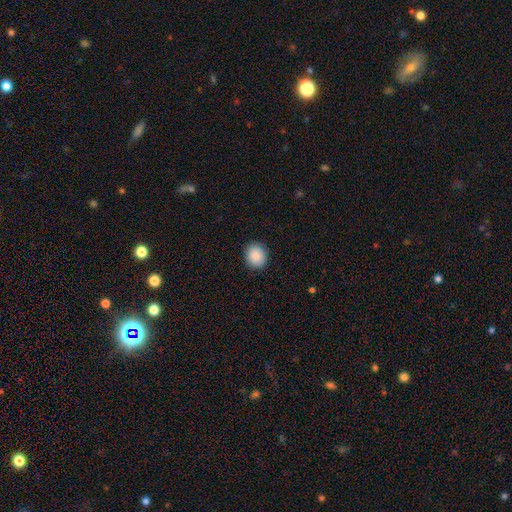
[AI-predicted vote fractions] A smooth galaxy with no disk features (88%) that is round (73%). Merging: none (90%).